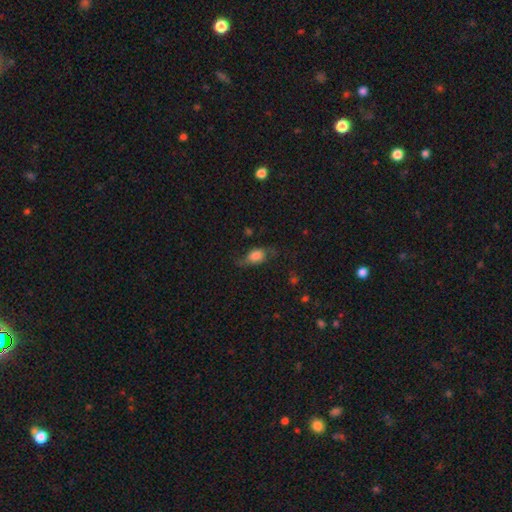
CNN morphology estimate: Smooth or featured?
  - smooth: 66% *
  - featured or disk: 25%
  - star or artifact: 10%
How rounded?
  - in between: 77% *
  - round: 18%
  - cigar-shaped: 5%
Merging?
  - none: 51% *
  - minor disturbance: 27%
  - major disturbance: 19%
  - merger: 2%